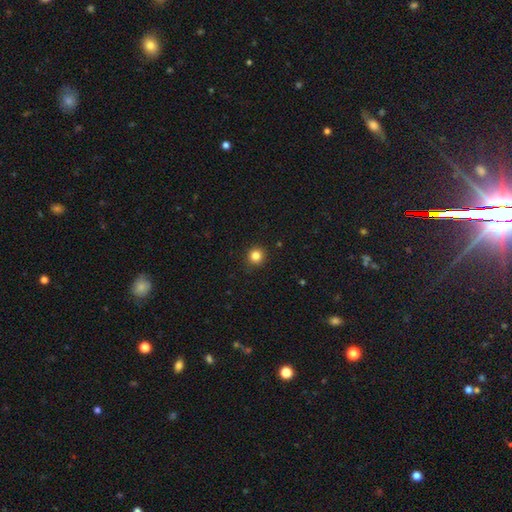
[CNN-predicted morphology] Smooth or featured: smooth — 84% (star or artifact — 12%)
How rounded: round — 94% (in between — 5%)
Merging: none — 92% (minor disturbance — 5%)